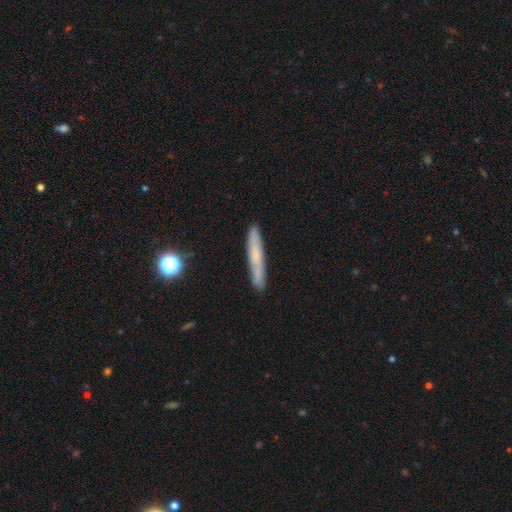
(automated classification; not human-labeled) A smooth galaxy with no disk features (58%) that is cigar-shaped (95%).

Vote fractions:
- Smooth or featured? smooth: 58% / featured or disk: 34% / star or artifact: 8%
- How rounded? cigar-shaped: 95% / in between: 4% / round: 2%
- Merging? none: 88% / minor disturbance: 9% / major disturbance: 2% / merger: 2%